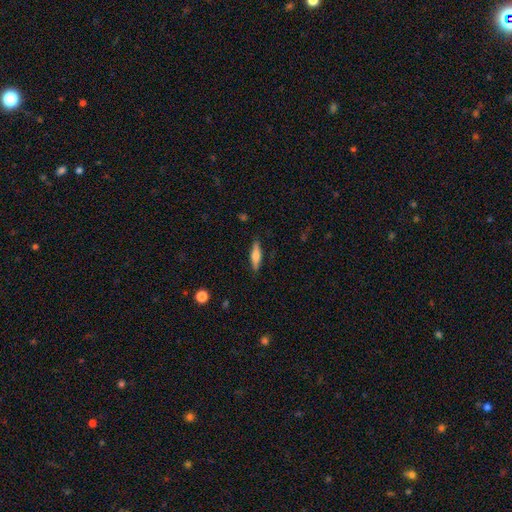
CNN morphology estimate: Smooth or featured? smooth (60%)
How rounded? cigar-shaped (66%)
Merging? none (87%)